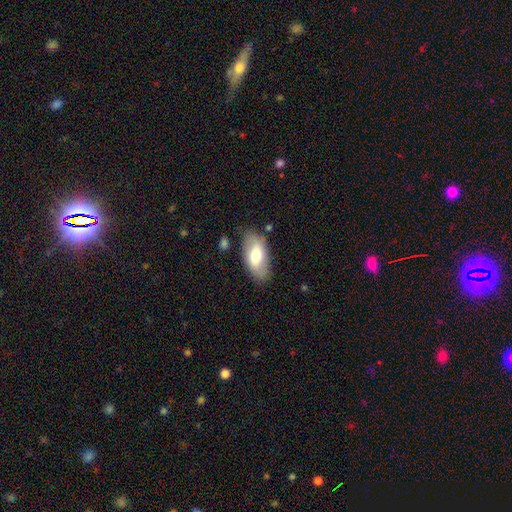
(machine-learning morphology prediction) A smooth galaxy with no disk features (64%) that is in between round and cigar-shaped (92%). Merging: none (78%).